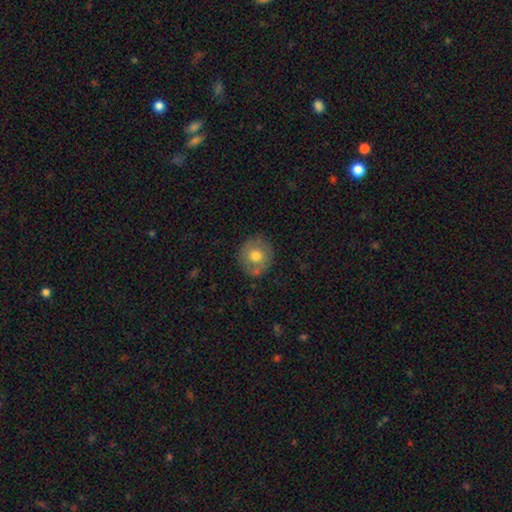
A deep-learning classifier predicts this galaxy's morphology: This is likely a smooth galaxy (67%). How rounded: clearly round (90%). Merging: likely none (80%).